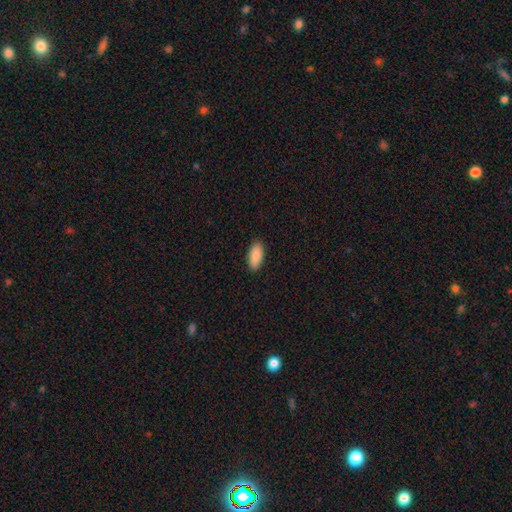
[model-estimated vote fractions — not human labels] The model was most divided on "how rounded": in between: 88%, cigar-shaped: 10%, round: 2%. More confident: merging — none (91%); smooth or featured — smooth (90%).